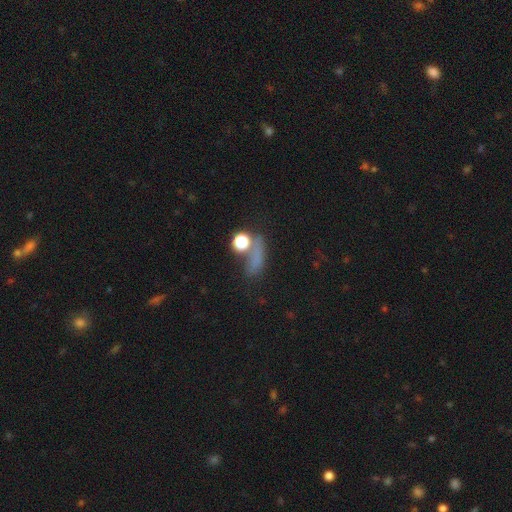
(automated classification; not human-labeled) Smooth or featured?
  - smooth: 58% *
  - star or artifact: 26%
  - featured or disk: 16%
How rounded?
  - in between: 42% *
  - round: 40%
  - cigar-shaped: 18%
Merging?
  - none: 44% *
  - major disturbance: 23%
  - minor disturbance: 17%
  - merger: 16%